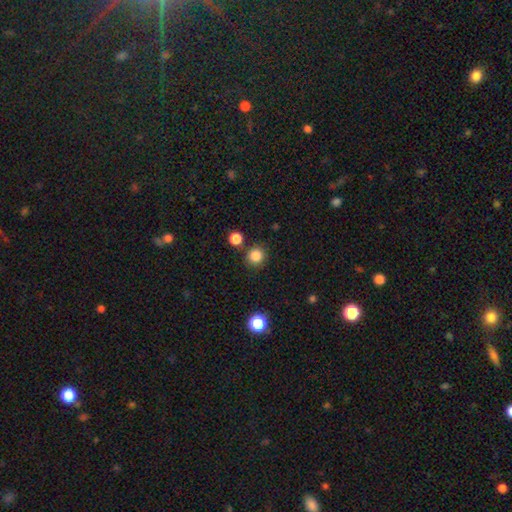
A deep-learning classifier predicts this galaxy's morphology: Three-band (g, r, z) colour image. It shows a smooth galaxy with no disk features (85%) that is round (92%). Merging: none (84%).